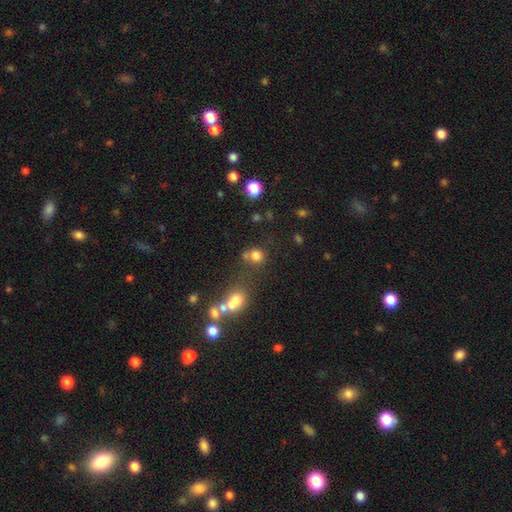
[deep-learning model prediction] This appears to be a smooth galaxy with no disk features (74%) that is round (81%). Merging: none (55%).